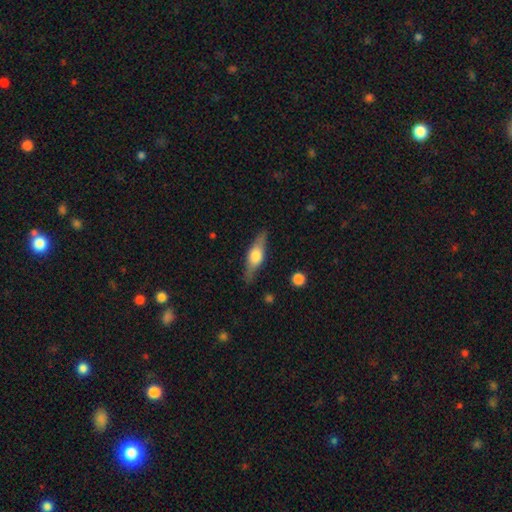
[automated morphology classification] This appears to be a featured or disk galaxy (52%) viewed edge-on (91%). Merging: none (82%).